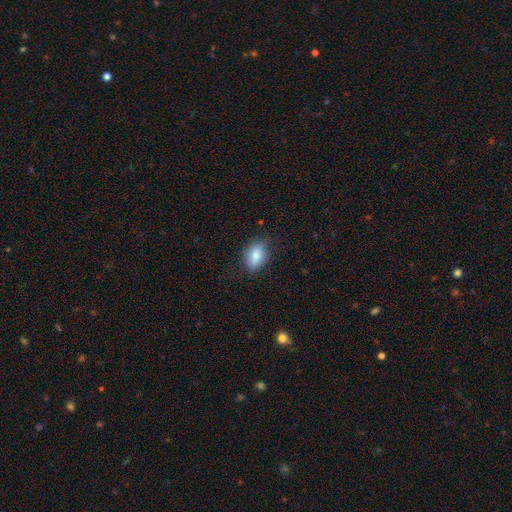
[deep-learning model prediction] A smooth galaxy with no disk features (82%) that is in between round and cigar-shaped (84%). Merging: none (75%).